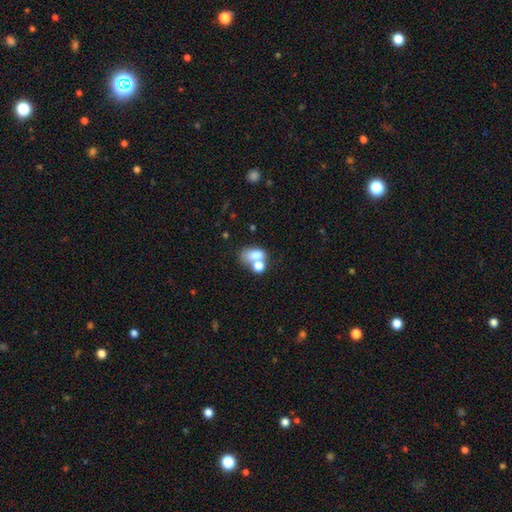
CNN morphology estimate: smooth_or_featured: smooth (p=0.71) [alt: featured or disk p=0.16]
how_rounded: in between (p=0.74) [alt: round p=0.25]
merging: merger (p=0.52) [alt: none p=0.30]